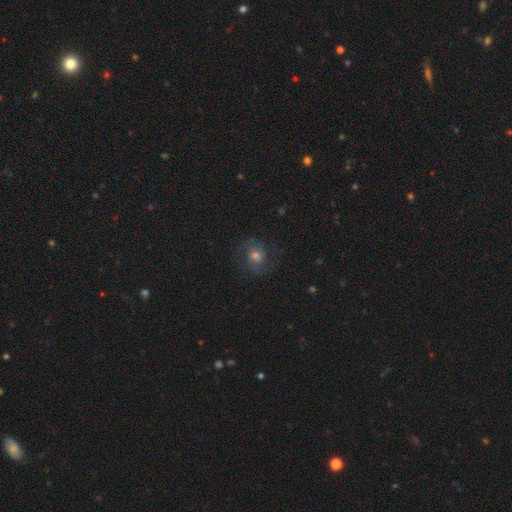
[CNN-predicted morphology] Smooth or featured: featured or disk — 59% (smooth — 25%)
Edge-on disk: no — 97% (yes — 3%)
Bar: no — 63% (weak — 30%)
Spiral arms: yes — 90% (no — 10%)
Spiral winding: medium — 53% (tight — 27%)
Spiral arm count: 2 — 81% (can't tell — 10%)
Bulge size: moderate — 59% (small — 26%)
Merging: none — 77% (minor disturbance — 13%)